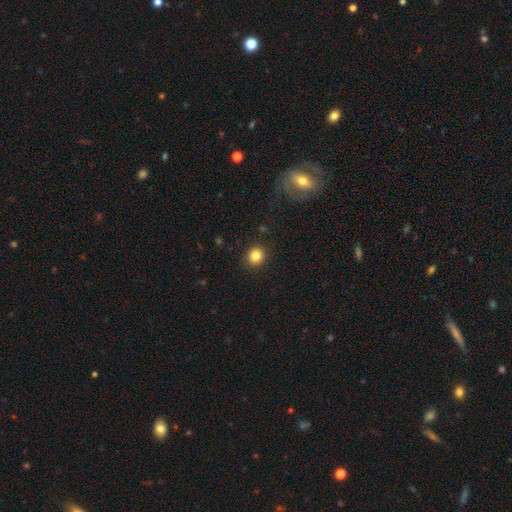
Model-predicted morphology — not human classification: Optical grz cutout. It shows a smooth galaxy with no disk features (83%) that is round (85%). Merging: none (91%).